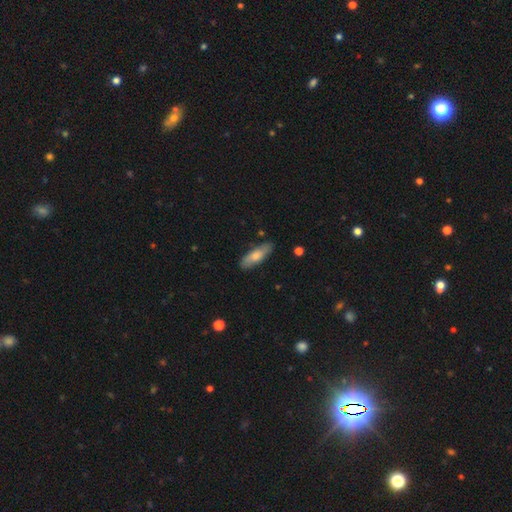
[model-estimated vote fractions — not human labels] This is likely a smooth galaxy (70%). How rounded: possibly in between (51%). Merging: clearly none (84%).